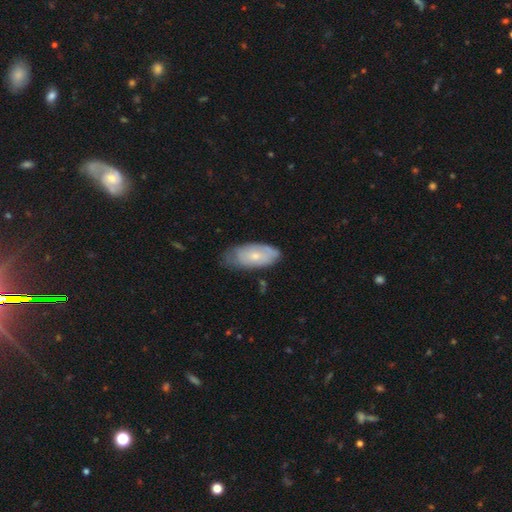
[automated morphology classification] smooth_or_featured: smooth (p=0.54) [alt: featured or disk p=0.40]
how_rounded: in between (p=0.88) [alt: cigar-shaped p=0.09]
merging: none (p=0.56) [alt: minor disturbance p=0.34]